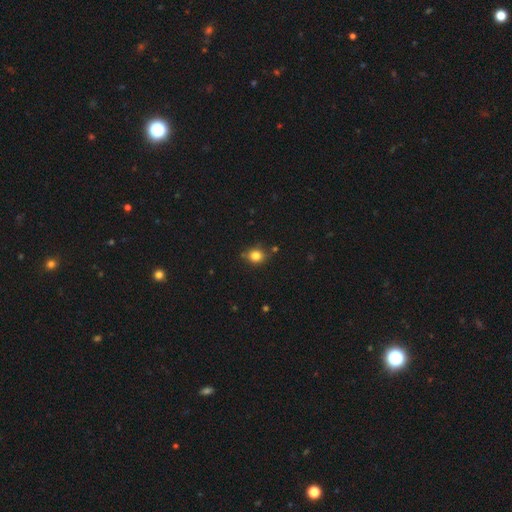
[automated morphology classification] A smooth galaxy with no disk features (82%) that is round (68%).

Vote fractions:
- Smooth or featured? smooth: 82% / star or artifact: 12% / featured or disk: 6%
- How rounded? round: 68% / in between: 31% / cigar-shaped: 1%
- Merging? none: 78% / minor disturbance: 14% / merger: 5% / major disturbance: 3%